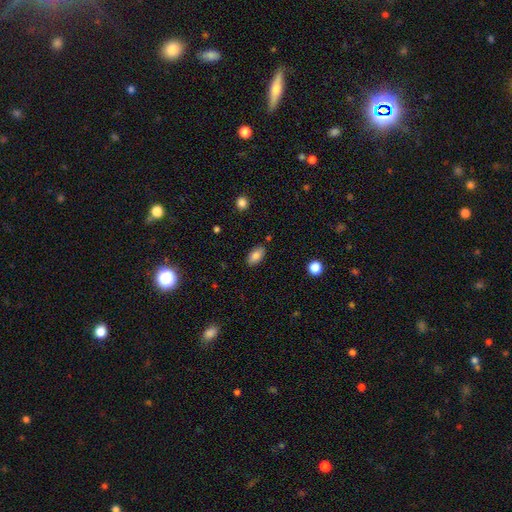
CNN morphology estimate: Smooth or featured? Predicted: smooth (p=0.82). How rounded? Predicted: in between (p=0.92). Merging? Predicted: none (p=0.85).